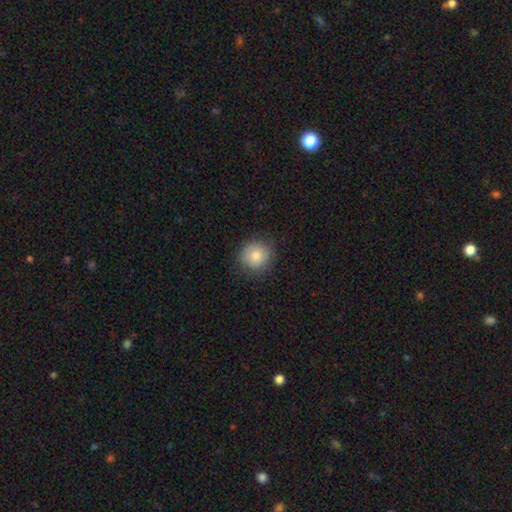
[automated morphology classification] Smooth or featured? smooth (80%)
How rounded? round (89%)
Merging? none (85%)